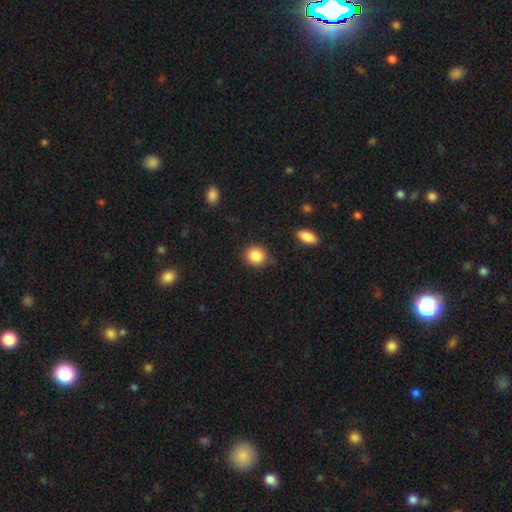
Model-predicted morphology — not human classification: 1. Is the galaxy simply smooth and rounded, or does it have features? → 87% smooth, 8% star or artifact, 4% featured or disk.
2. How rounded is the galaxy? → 76% round, 23% in between, 1% cigar-shaped.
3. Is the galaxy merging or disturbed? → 83% none, 12% minor disturbance, 3% major disturbance, 2% merger.